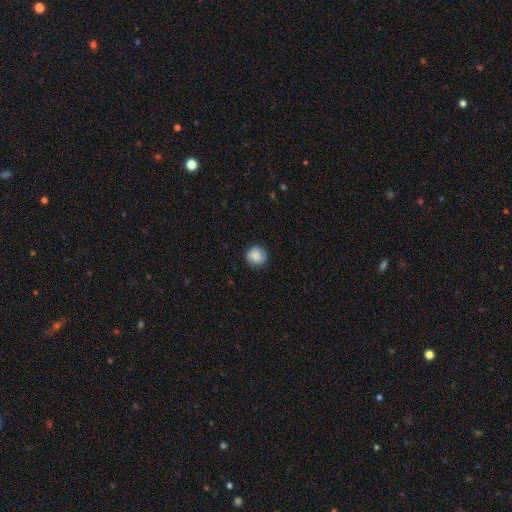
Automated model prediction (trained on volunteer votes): This is clearly a smooth galaxy (84%). How rounded: clearly round (89%). Merging: clearly none (86%).